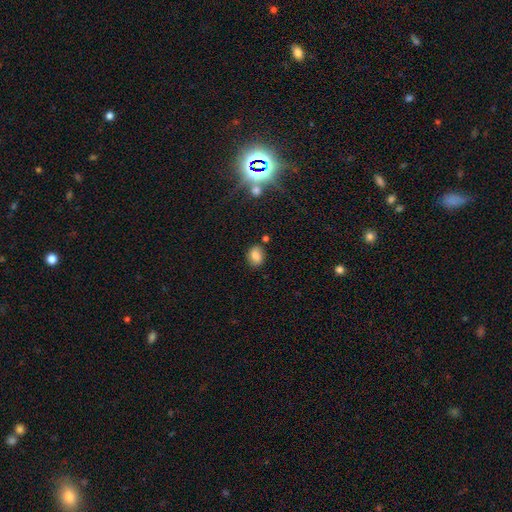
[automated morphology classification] Overall: smooth (77%). How rounded: in between (54%; round 45%). Merging: none (79%).